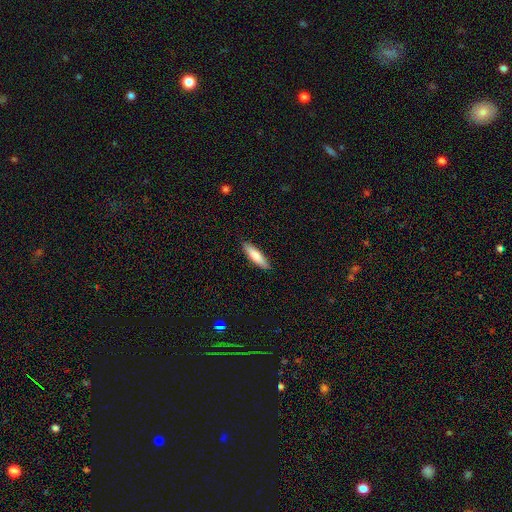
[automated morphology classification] Smooth or featured: smooth — 77% (featured or disk — 18%)
How rounded: cigar-shaped — 67% (in between — 32%)
Merging: none — 88% (minor disturbance — 9%)